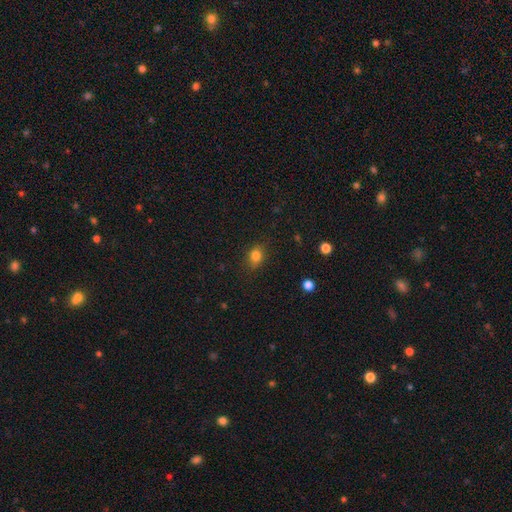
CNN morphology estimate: Smooth or featured? smooth (81%)
How rounded? round (52%)
Merging? none (82%)